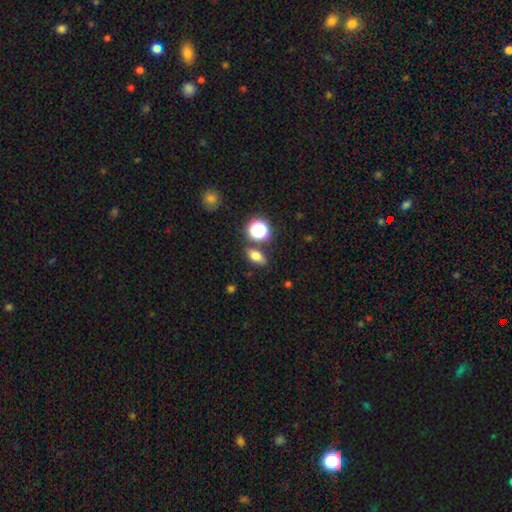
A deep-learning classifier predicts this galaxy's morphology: smooth 69%, star or artifact 17%, featured or disk 14%. Down the decision tree: how rounded — in between (70%); merging — none (79%).